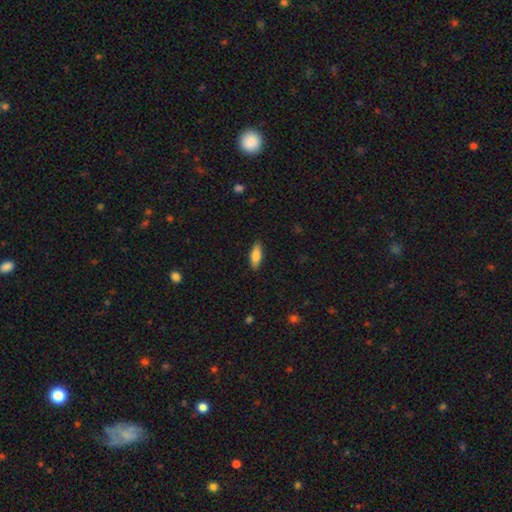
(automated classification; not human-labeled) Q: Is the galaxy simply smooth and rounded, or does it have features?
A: smooth — 78%.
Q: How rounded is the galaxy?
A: in between — 65%.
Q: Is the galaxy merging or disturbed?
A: none — 88%.